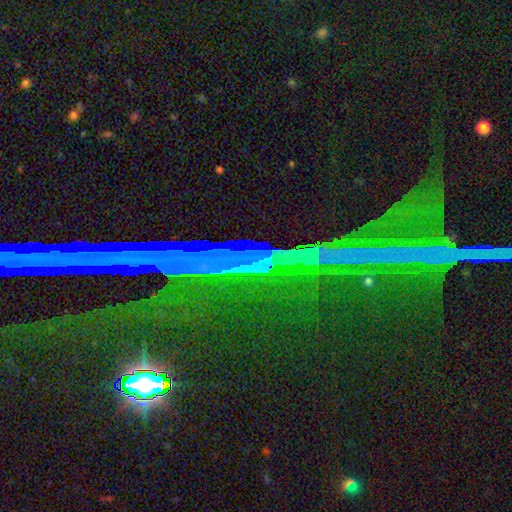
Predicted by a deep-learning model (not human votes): star or artifact 83%, featured or disk 9%, smooth 8%.